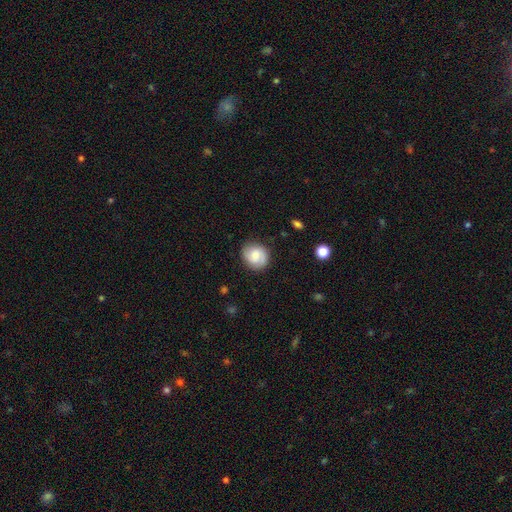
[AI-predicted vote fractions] Smooth or featured? smooth (54%)
How rounded? round (75%)
Merging? none (81%)